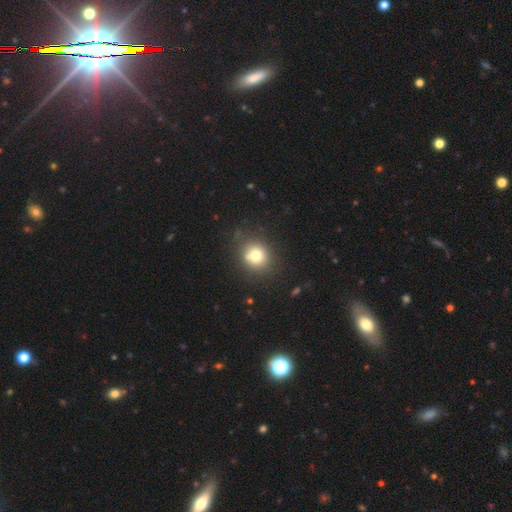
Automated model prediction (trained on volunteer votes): smooth 75%, star or artifact 13%, featured or disk 12%. Down the decision tree: how rounded — round (82%); merging — none (76%).